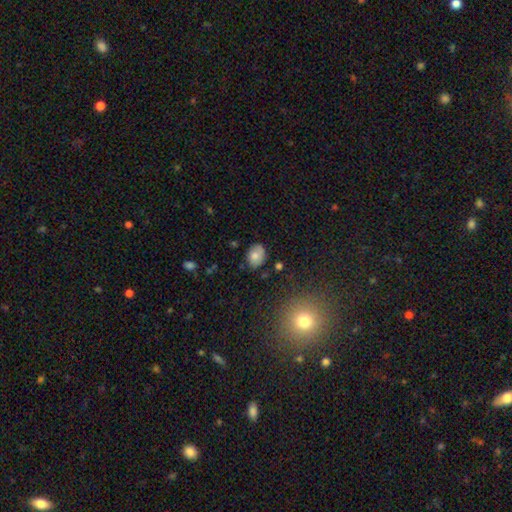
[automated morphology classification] smooth-or-featured: smooth: 77% | featured or disk: 14% | star or artifact: 9%
  how-rounded: in between: 58% | round: 41% | cigar-shaped: 1%
  merging: none: 73% | minor disturbance: 21% | major disturbance: 4% | merger: 3%